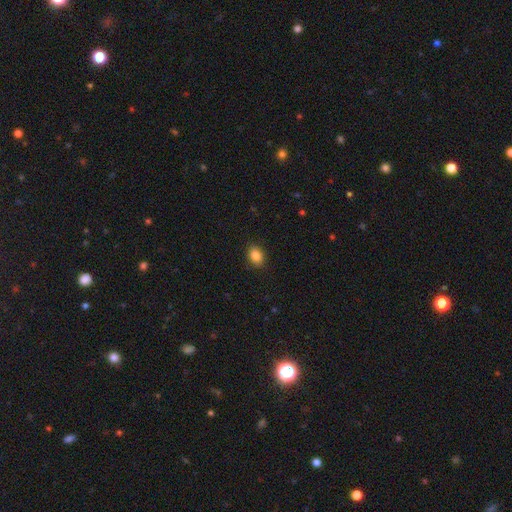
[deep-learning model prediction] smooth_or_featured: smooth (p=0.86) [alt: star or artifact p=0.09]
how_rounded: in between (p=0.71) [alt: round p=0.27]
merging: none (p=0.89) [alt: minor disturbance p=0.08]